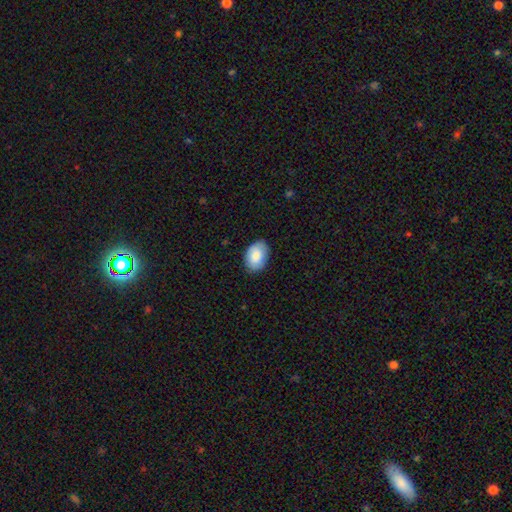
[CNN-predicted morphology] Q: Smooth or featured?
A: smooth (86%); runner-up: featured or disk (8%)
Q: How rounded?
A: in between (87%); runner-up: round (12%)
Q: Merging?
A: none (83%); runner-up: minor disturbance (14%)